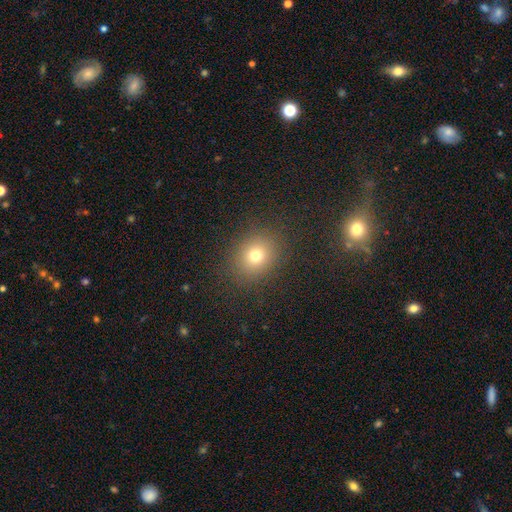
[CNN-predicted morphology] The model was most divided on "how rounded": round: 70%, in between: 29%, cigar-shaped: 1%. More confident: merging — none (86%); smooth or featured — smooth (73%).